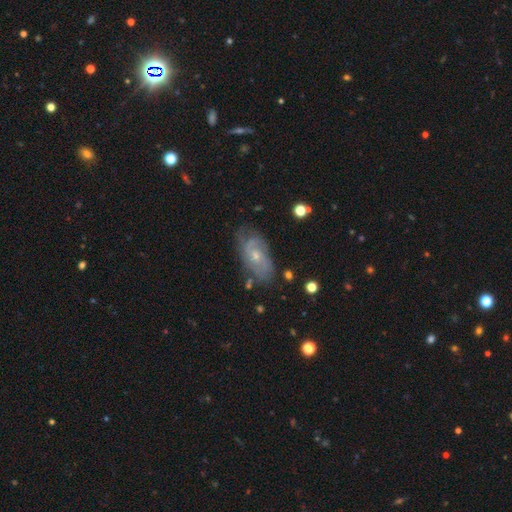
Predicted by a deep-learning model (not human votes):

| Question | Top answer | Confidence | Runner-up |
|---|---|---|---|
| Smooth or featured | featured or disk | 69% | smooth (23%) |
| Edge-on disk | no | 93% | yes (7%) |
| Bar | no | 73% | weak (24%) |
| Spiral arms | yes | 84% | no (16%) |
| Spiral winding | tight | 48% | medium (37%) |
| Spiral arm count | can't tell | 40% | tied: 2 (40%) |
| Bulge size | small | 59% | moderate (37%) |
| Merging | none | 68% | minor disturbance (22%) |